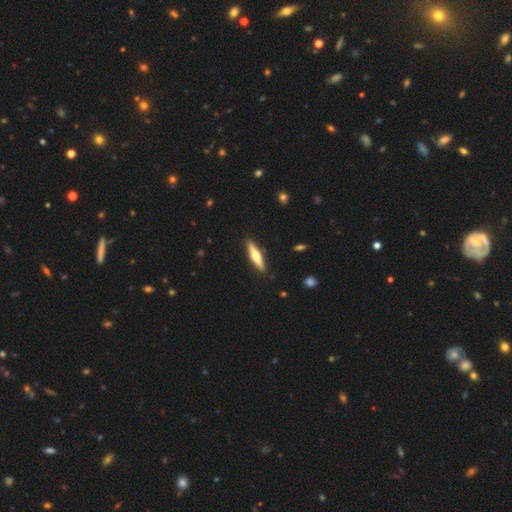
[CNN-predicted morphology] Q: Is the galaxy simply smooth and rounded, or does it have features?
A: featured or disk — 55%.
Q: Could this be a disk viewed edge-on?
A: yes — 95%.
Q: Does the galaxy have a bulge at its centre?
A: rounded — 93%.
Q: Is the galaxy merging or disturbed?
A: none — 90%.